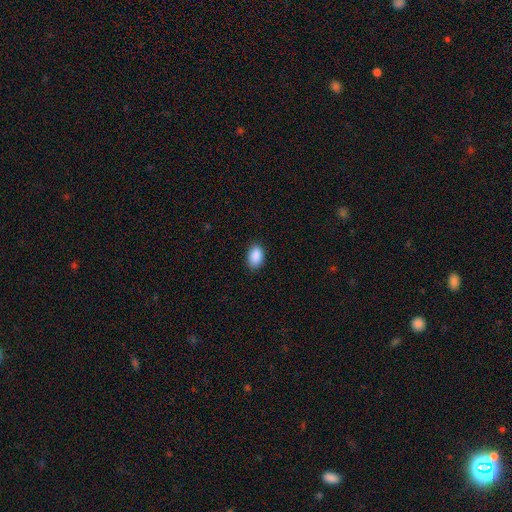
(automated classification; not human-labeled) This is clearly a smooth galaxy (90%). How rounded: clearly in between (86%). Merging: clearly none (85%).